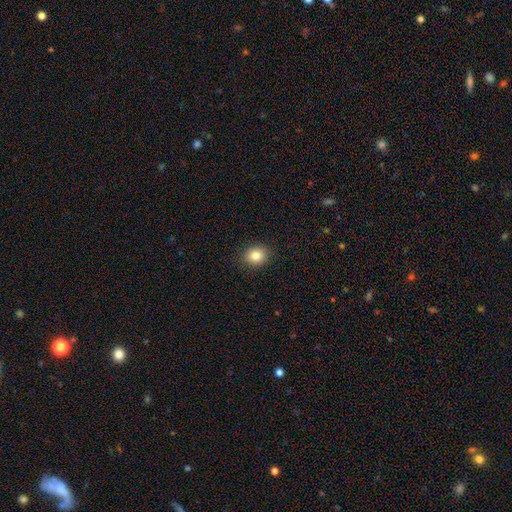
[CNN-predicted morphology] The model was most divided on "how rounded": round: 63%, in between: 36%, cigar-shaped: 1%. More confident: merging — none (90%); smooth or featured — smooth (83%).